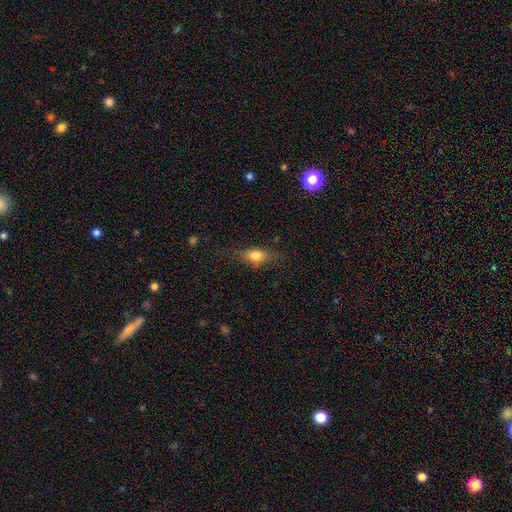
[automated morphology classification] smooth_or_featured: smooth (p=0.76) [alt: featured or disk p=0.15]
how_rounded: in between (p=0.76) [alt: cigar-shaped p=0.14]
merging: none (p=0.73) [alt: minor disturbance p=0.19]